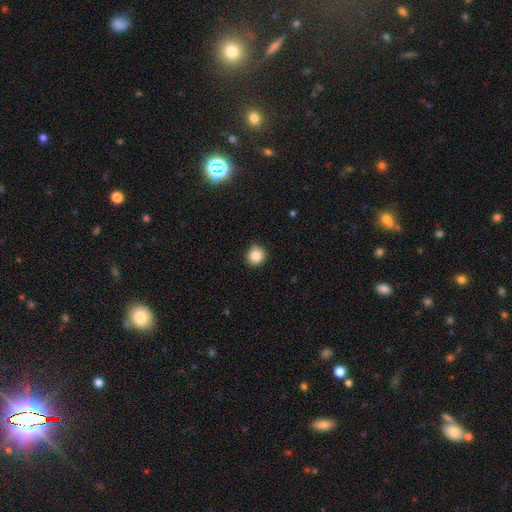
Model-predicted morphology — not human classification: Overall: smooth (85%). How rounded: round (90%). Merging: none (85%).